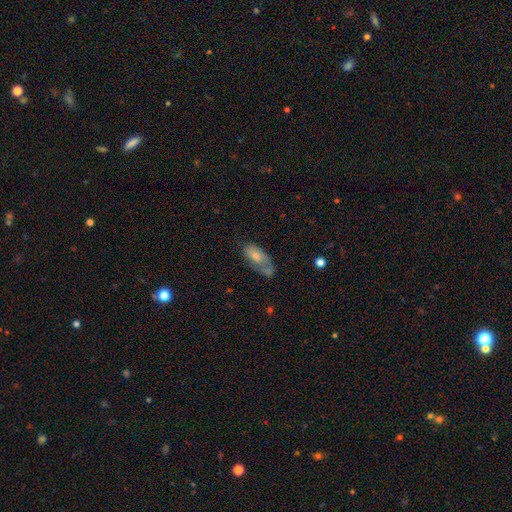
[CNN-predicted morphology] Smooth or featured? smooth (55%)
How rounded? in between (85%)
Merging? none (42%)